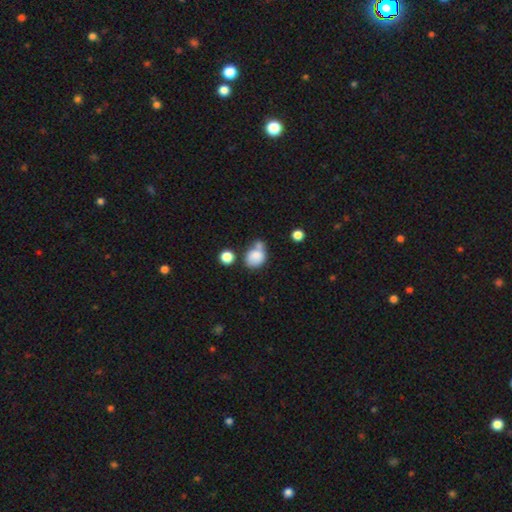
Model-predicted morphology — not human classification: The model was most divided on "how rounded": round: 50%, in between: 49%, cigar-shaped: 1%. Remaining: smooth or featured — smooth (81%); merging — none (38%).